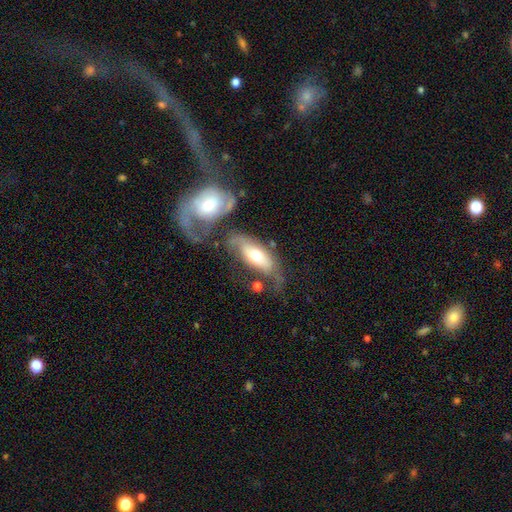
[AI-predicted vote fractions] A featured or disk galaxy (48%). Merging: none (32%).